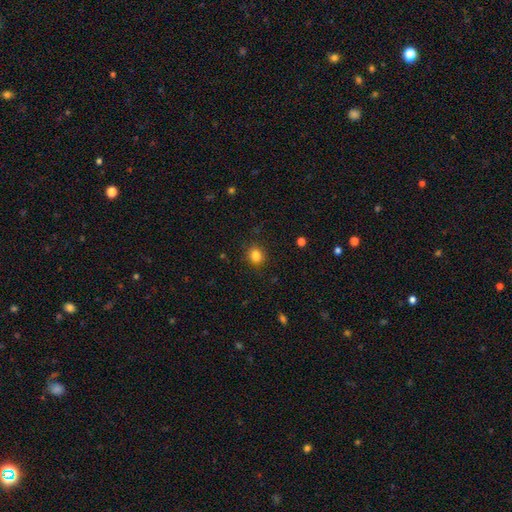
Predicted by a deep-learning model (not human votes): Q: Smooth or featured?
A: smooth (84%); runner-up: star or artifact (11%)
Q: How rounded?
A: round (70%); runner-up: in between (29%)
Q: Merging?
A: none (88%); runner-up: minor disturbance (8%)